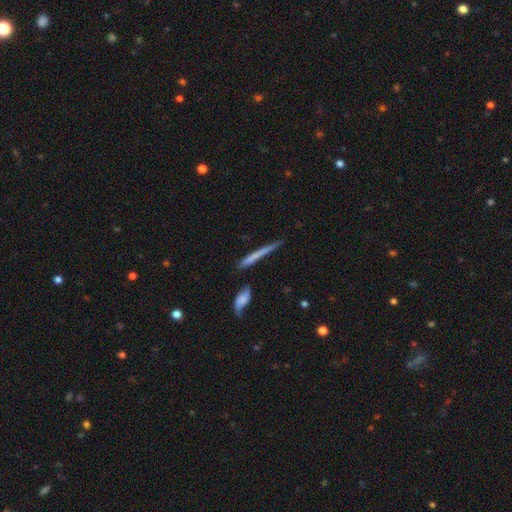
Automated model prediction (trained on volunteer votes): Morphology: type=smooth (54%); roundness=cigar-shaped (95%); merging=none (70%).